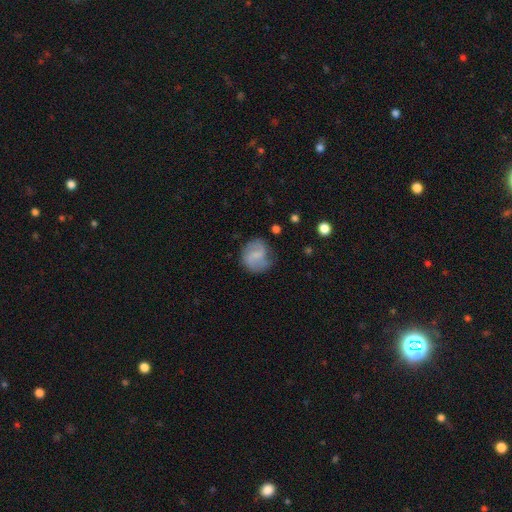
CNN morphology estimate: The model was most divided on "smooth or featured": featured or disk: 50%, smooth: 43%, star or artifact: 7%. More confident: merging — none (65%).